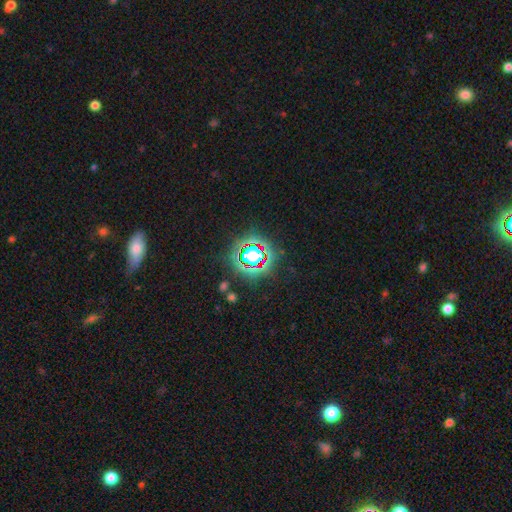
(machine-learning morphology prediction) This is likely a star or artifact rather than a galaxy (67%).